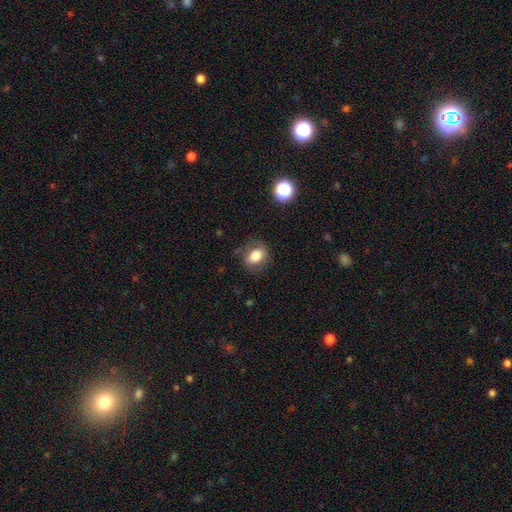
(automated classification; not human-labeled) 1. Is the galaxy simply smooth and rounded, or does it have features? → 76% smooth, 14% featured or disk, 9% star or artifact.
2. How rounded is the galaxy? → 66% in between, 33% round, 1% cigar-shaped.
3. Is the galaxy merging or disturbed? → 73% none, 18% minor disturbance, 7% major disturbance, 2% merger.